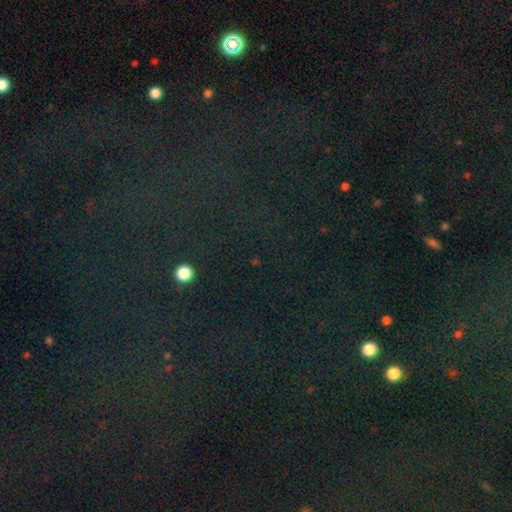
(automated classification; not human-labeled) This is likely a star or artifact rather than a galaxy (79%).